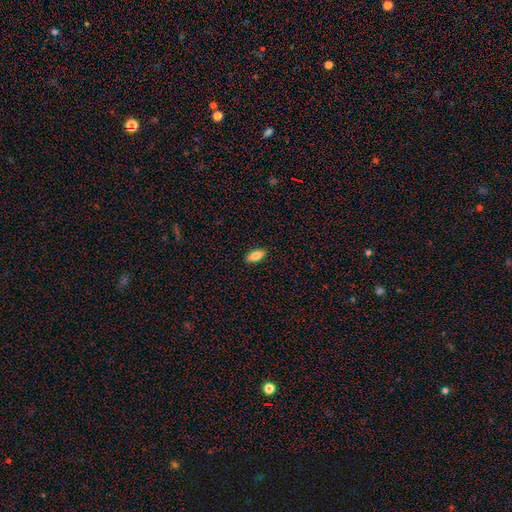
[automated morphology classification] Overall: smooth (80%). How rounded: in between (82%). Merging: none (89%).